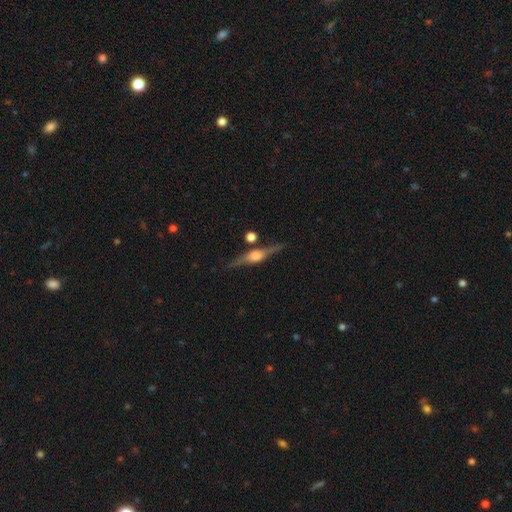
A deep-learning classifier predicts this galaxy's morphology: smooth_or_featured: featured or disk (p=0.82) [alt: smooth p=0.12]
disk_edge_on: yes (p=0.97) [alt: no p=0.03]
edge_on_bulge: rounded (p=0.86) [alt: boxy p=0.12]
merging: none (p=0.83) [alt: minor disturbance p=0.10]